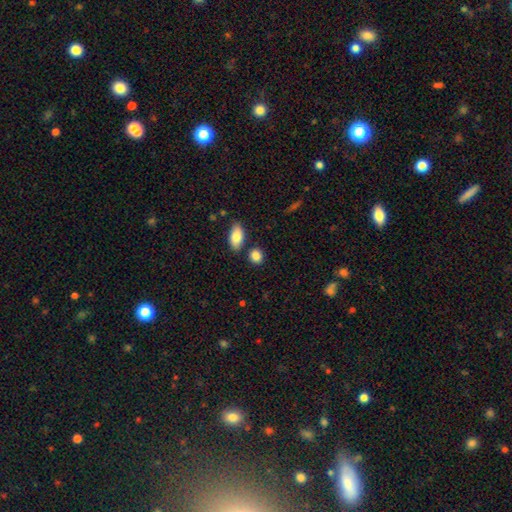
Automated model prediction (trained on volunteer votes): Morphology: type=smooth (86%); roundness=round (58%); merging=none (78%).